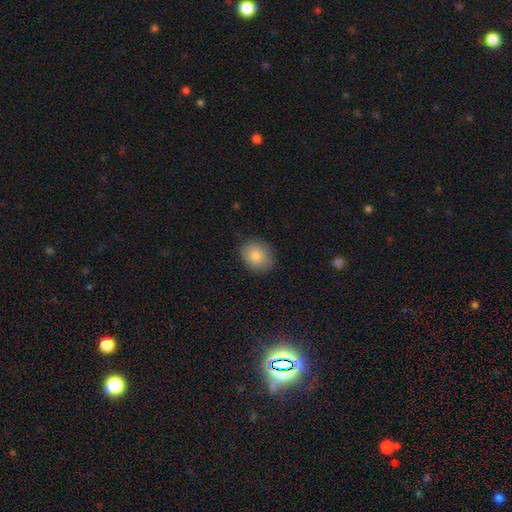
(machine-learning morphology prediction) Smooth or featured: smooth — 82% (featured or disk — 10%)
How rounded: round — 56% (in between — 44%)
Merging: none — 86% (minor disturbance — 11%)